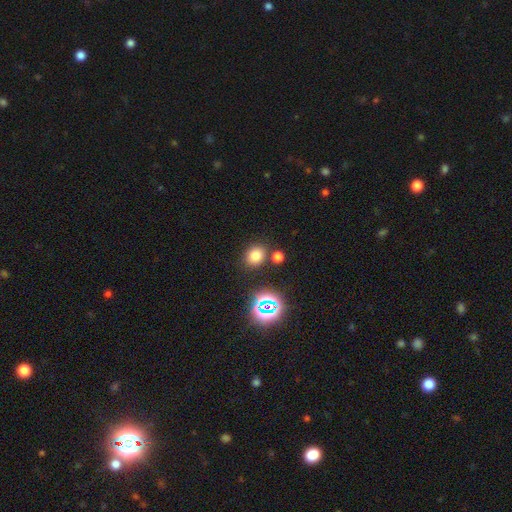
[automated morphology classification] The model was most divided on "how rounded": round: 64%, in between: 35%, cigar-shaped: 1%. More confident: merging — none (79%); smooth or featured — smooth (73%).